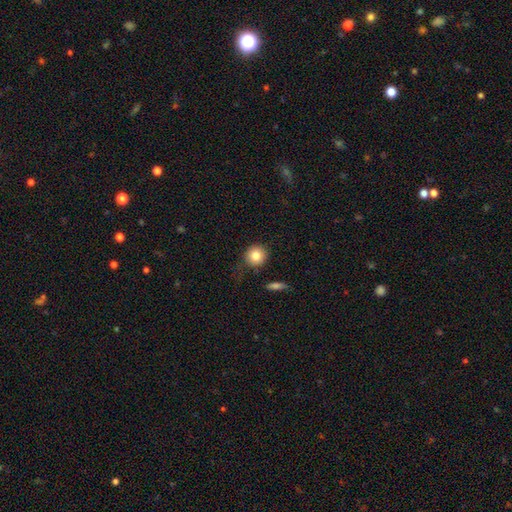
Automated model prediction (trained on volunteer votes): A smooth galaxy with no disk features (81%) that is round (91%). Merging: none (78%).